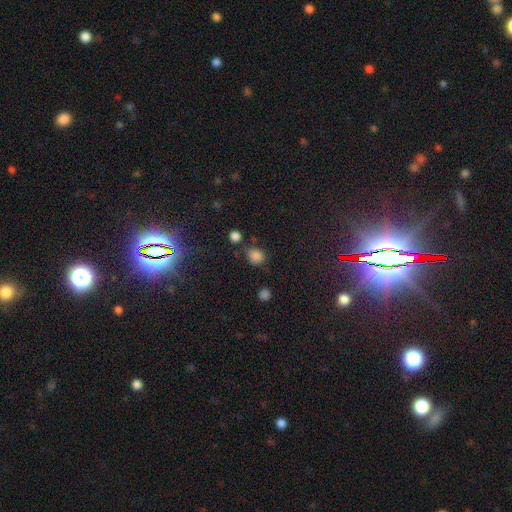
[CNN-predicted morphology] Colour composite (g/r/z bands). It shows a smooth galaxy with no disk features (79%) that is round (65%). Merging: none (66%).